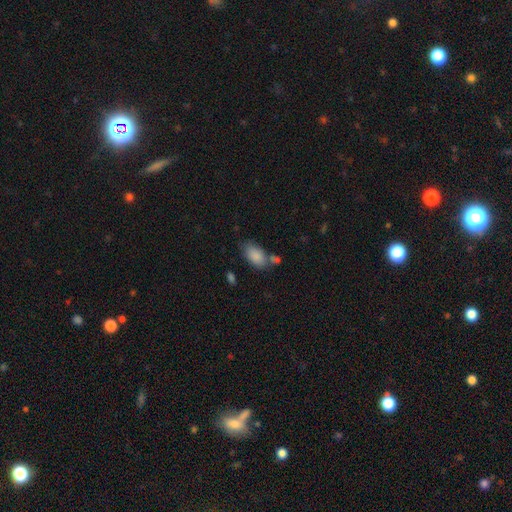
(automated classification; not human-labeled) The model was most divided on "merging": none: 59%, minor disturbance: 18%, merger: 17%, major disturbance: 6%. More confident: how rounded — in between (92%); smooth or featured — smooth (87%).